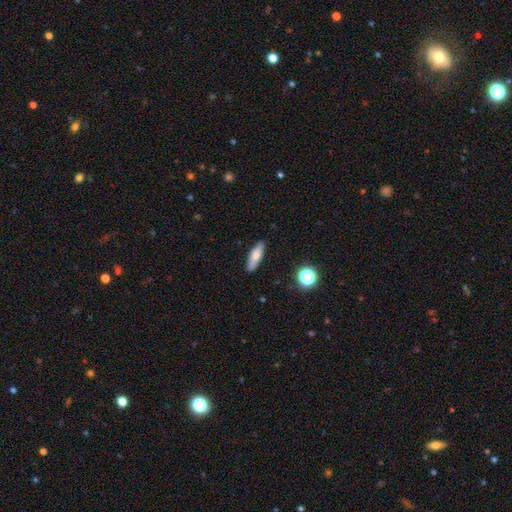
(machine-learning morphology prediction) Smooth or featured: smooth — 73% (featured or disk — 19%)
How rounded: cigar-shaped — 56% (in between — 42%)
Merging: none — 88% (minor disturbance — 9%)